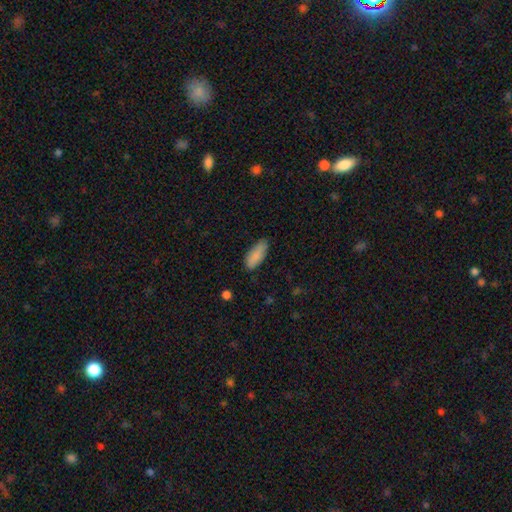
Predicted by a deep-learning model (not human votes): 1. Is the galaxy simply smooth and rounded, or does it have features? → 87% smooth, 7% featured or disk, 6% star or artifact.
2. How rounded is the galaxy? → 78% in between, 20% cigar-shaped, 2% round.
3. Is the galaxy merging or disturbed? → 78% none, 18% minor disturbance, 3% major disturbance, 1% merger.